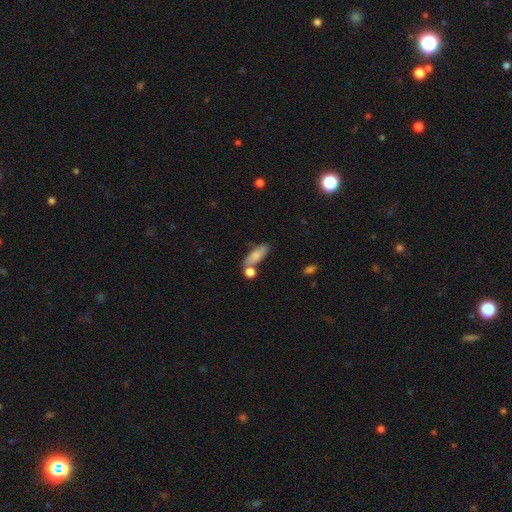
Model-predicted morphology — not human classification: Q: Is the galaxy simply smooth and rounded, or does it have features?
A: smooth — 79%.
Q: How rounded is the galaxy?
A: in between — 68%.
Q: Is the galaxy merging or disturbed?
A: none — 56%.